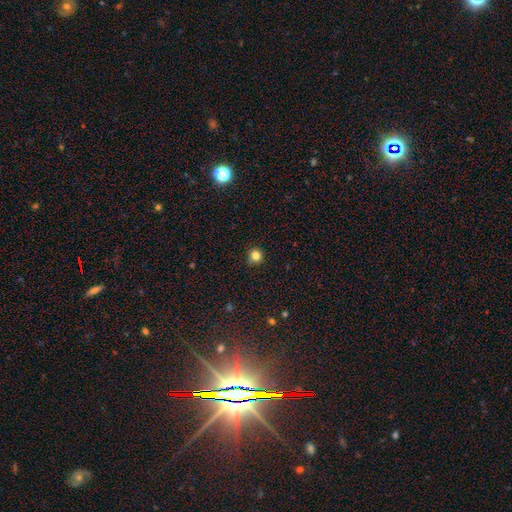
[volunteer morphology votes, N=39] smooth_or_featured: smooth (p=0.85) [alt: featured or disk p=0.10]
how_rounded: round (p=0.94) [alt: in between p=0.06]
merging: none (p=0.86) [alt: minor disturbance p=0.08]